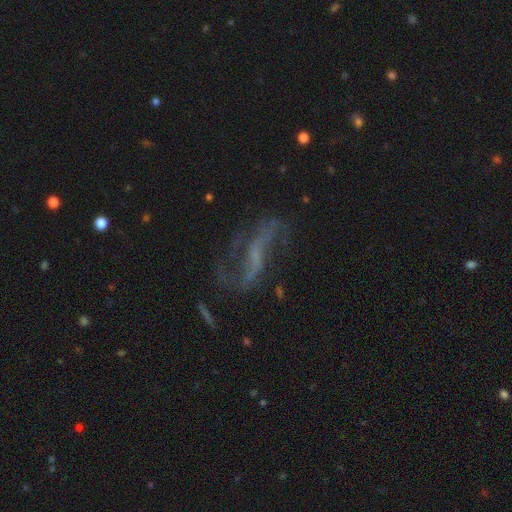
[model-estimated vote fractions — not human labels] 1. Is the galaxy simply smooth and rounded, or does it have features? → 73% featured or disk, 15% star or artifact, 12% smooth.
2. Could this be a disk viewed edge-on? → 87% no, 13% yes.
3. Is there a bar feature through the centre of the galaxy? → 40% strong, 33% weak, 27% no.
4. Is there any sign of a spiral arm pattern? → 82% yes, 18% no.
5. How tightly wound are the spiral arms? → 79% loose, 16% medium, 5% tight.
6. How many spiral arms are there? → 83% 2, 7% can't tell, 5% 1, 2% 3, 1% 4, 1% more than 4.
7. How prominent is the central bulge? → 56% none, 32% small, 9% moderate, 2% large, 1% dominant.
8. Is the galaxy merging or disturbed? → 58% none, 21% major disturbance, 17% minor disturbance, 4% merger.